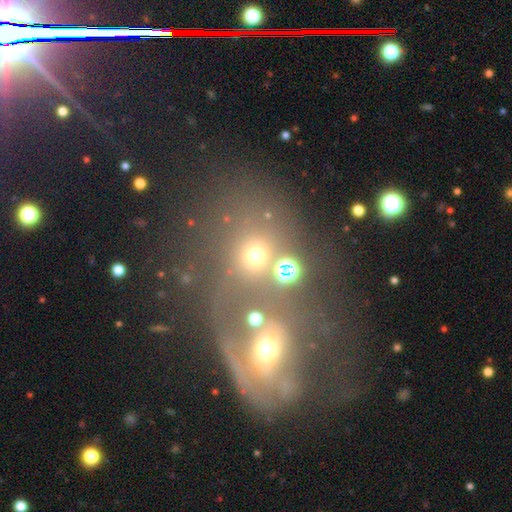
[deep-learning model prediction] Smooth or featured? Predicted: smooth (p=0.60). How rounded? Predicted: round (p=0.78). Merging? Predicted: none (p=0.60).